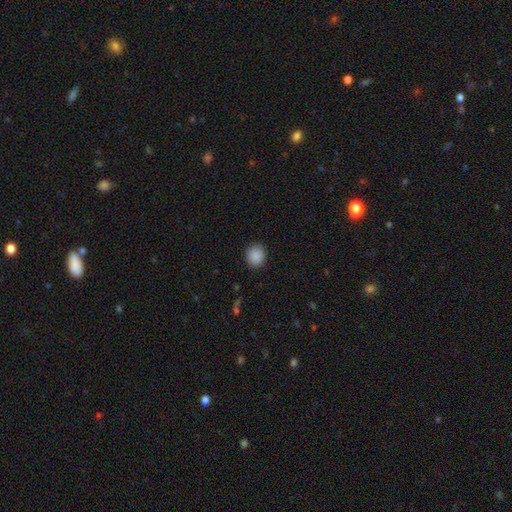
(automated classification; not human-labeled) A smooth galaxy with no disk features (89%) that is round (78%).

Vote fractions:
- Smooth or featured? smooth: 89% / star or artifact: 9% / featured or disk: 3%
- How rounded? round: 78% / in between: 21% / cigar-shaped: 1%
- Merging? none: 90% / minor disturbance: 7% / major disturbance: 2% / merger: 1%